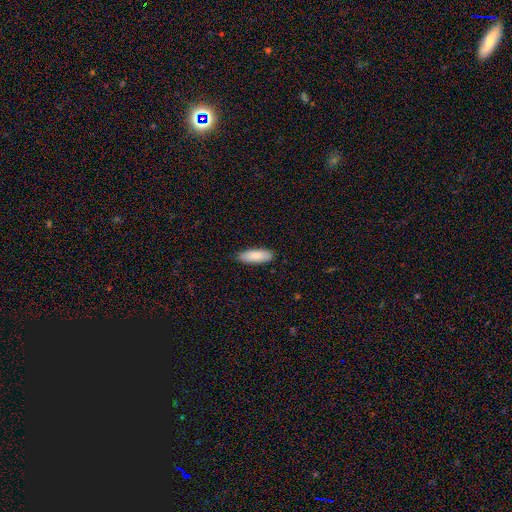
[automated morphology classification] type=smooth (87%); roundness=in between (61%); merging=none (86%).